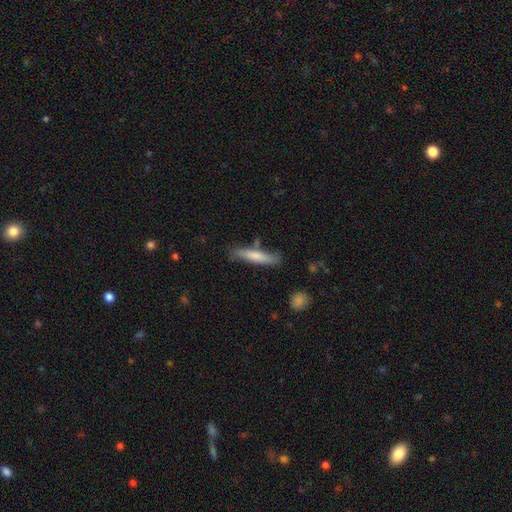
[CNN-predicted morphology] smooth-or-featured: smooth: 71% | featured or disk: 23% | star or artifact: 6%
  how-rounded: cigar-shaped: 88% | in between: 10% | round: 1%
  merging: none: 76% | minor disturbance: 15% | merger: 5% | major disturbance: 3%